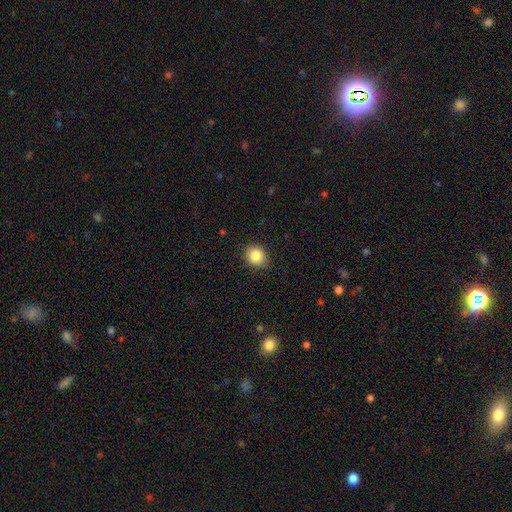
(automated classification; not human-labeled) Q: Smooth or featured?
A: smooth (85%); runner-up: star or artifact (10%)
Q: How rounded?
A: round (75%); runner-up: in between (25%)
Q: Merging?
A: none (88%); runner-up: minor disturbance (9%)